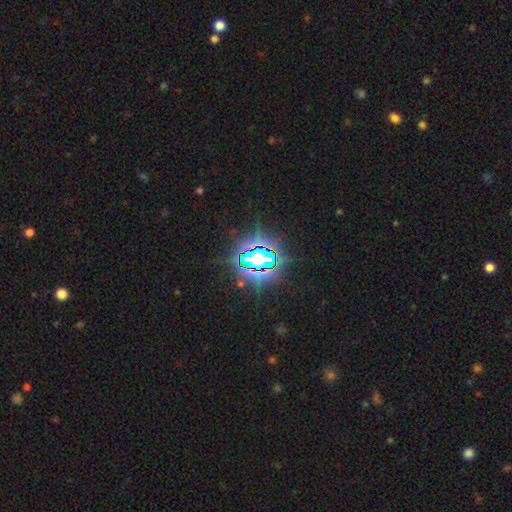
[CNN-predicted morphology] Q: Smooth or featured?
A: star or artifact (74%); runner-up: smooth (15%)